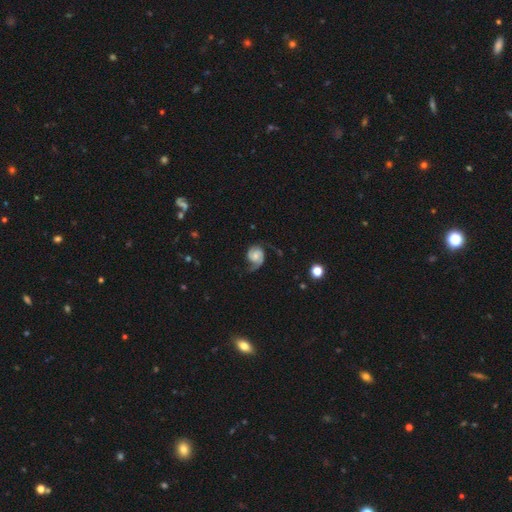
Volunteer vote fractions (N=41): Smooth or featured: featured or disk — 90% (smooth — 5%)
Edge-on disk: no — 97% (yes — 3%)
Bar: no — 58% (weak — 39%)
Spiral arms: yes — 97% (no — 3%)
Spiral winding: tight — 49% (medium — 37%)
Spiral arm count: 2 — 83% (1 — 14%)
Bulge size: small — 42% (moderate — 33%)
Merging: none — 51% (minor disturbance — 26%)